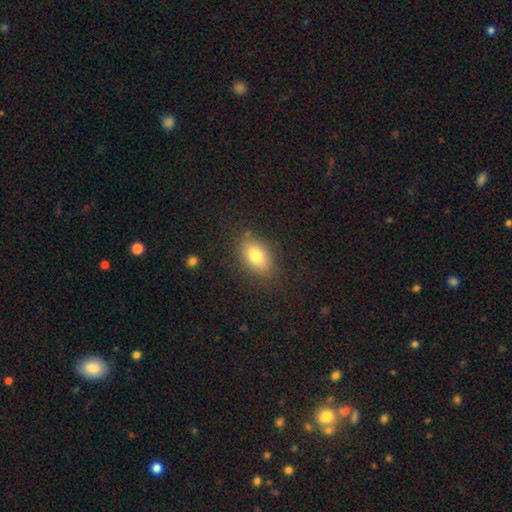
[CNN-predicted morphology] Smooth or featured?
  - smooth: 79% *
  - featured or disk: 12%
  - star or artifact: 9%
How rounded?
  - in between: 85% *
  - round: 12%
  - cigar-shaped: 3%
Merging?
  - none: 82% *
  - minor disturbance: 13%
  - major disturbance: 4%
  - merger: 2%